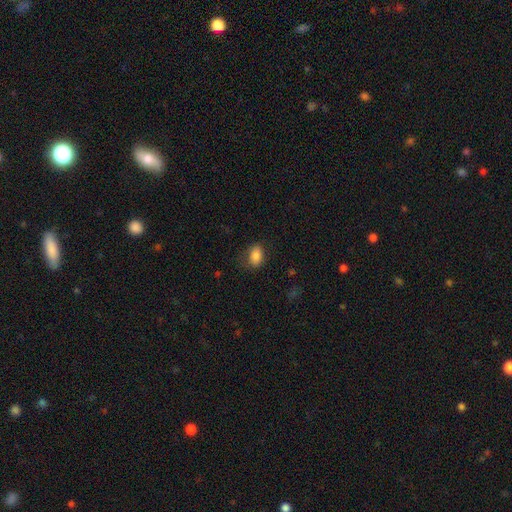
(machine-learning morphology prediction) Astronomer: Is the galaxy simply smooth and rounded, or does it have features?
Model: smooth — 85%.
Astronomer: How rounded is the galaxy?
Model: in between — 84%.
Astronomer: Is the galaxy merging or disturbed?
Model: none — 76%.